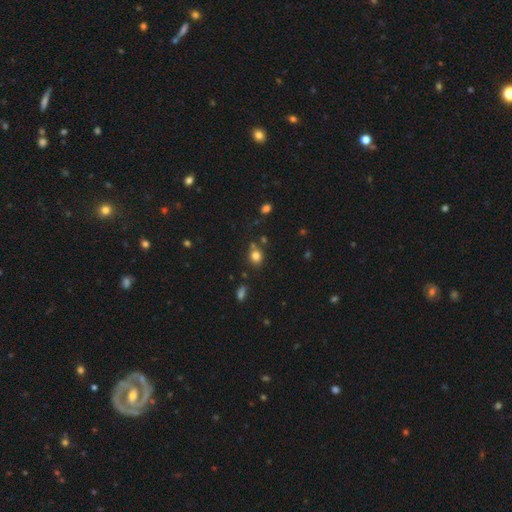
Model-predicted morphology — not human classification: smooth 79%, star or artifact 14%, featured or disk 7%. Down the decision tree: how rounded — round (74%); merging — none (70%).